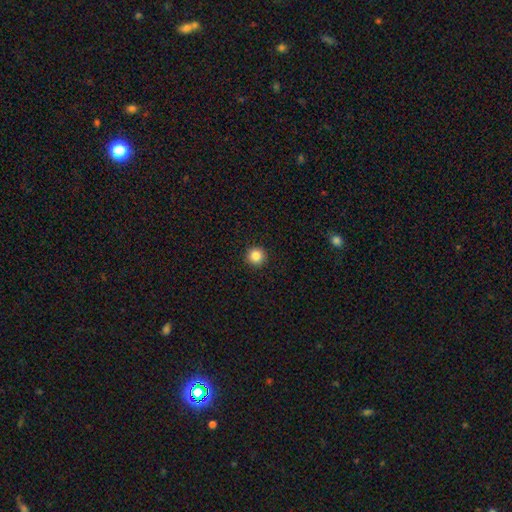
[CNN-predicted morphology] A smooth galaxy with no disk features (86%) that is round (96%). Merging: none (93%).